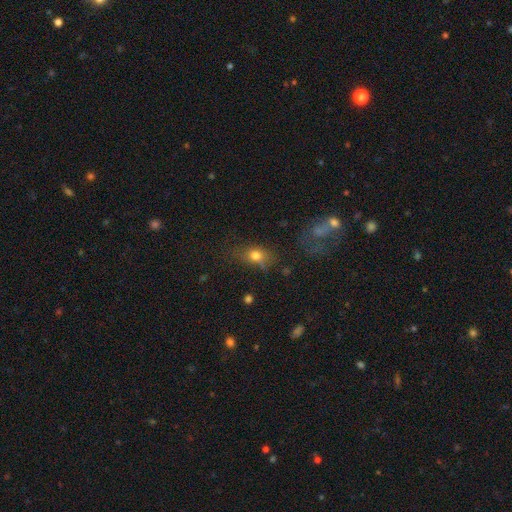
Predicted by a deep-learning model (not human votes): Morphology: type=smooth (74%); roundness=in between (64%); merging=none (55%).